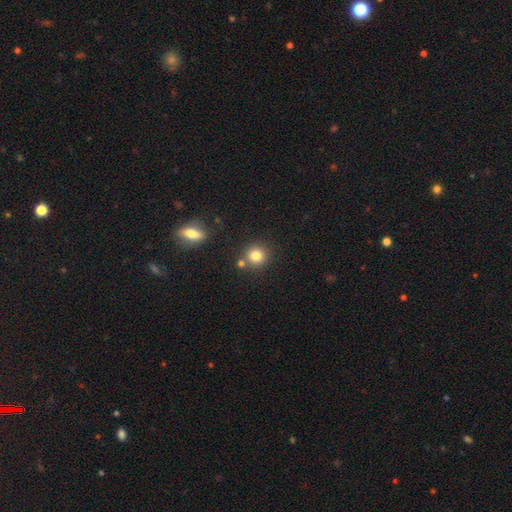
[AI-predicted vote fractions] Smooth or featured?
  - smooth: 81% *
  - star or artifact: 11%
  - featured or disk: 8%
How rounded?
  - round: 90% *
  - in between: 9%
  - cigar-shaped: 1%
Merging?
  - none: 75% *
  - merger: 14%
  - minor disturbance: 8%
  - major disturbance: 3%